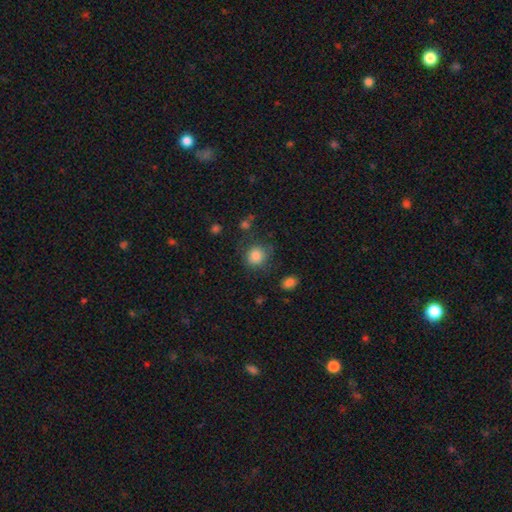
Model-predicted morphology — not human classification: Smooth or featured?
  - smooth: 85% *
  - star or artifact: 10%
  - featured or disk: 5%
How rounded?
  - round: 83% *
  - in between: 16%
  - cigar-shaped: 1%
Merging?
  - none: 74% *
  - minor disturbance: 16%
  - major disturbance: 7%
  - merger: 3%